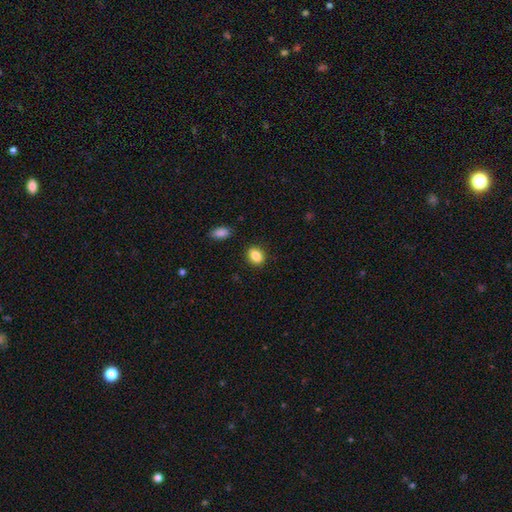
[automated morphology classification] smooth-or-featured: smooth: 87% | star or artifact: 9% | featured or disk: 5%
  how-rounded: in between: 60% | round: 39% | cigar-shaped: 1%
  merging: none: 88% | minor disturbance: 8% | major disturbance: 2% | merger: 2%